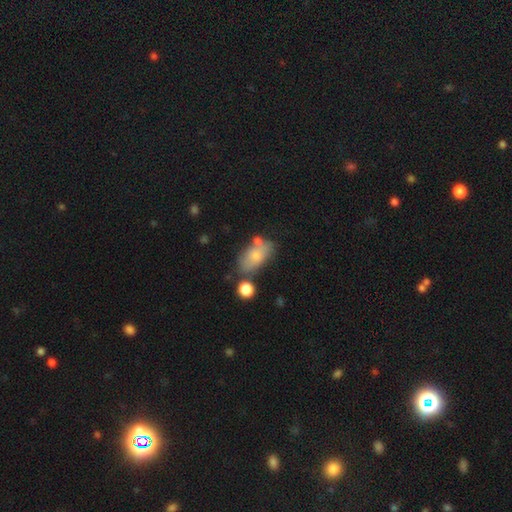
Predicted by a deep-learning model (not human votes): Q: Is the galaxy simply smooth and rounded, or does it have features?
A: smooth — 72%.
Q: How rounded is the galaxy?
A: in between — 90%.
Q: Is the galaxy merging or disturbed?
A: none — 53%.